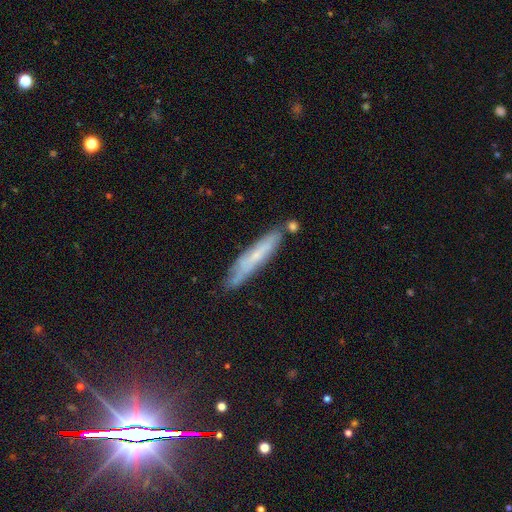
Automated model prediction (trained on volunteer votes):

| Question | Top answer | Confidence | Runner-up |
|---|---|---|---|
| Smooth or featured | smooth | 46% | featured or disk (45%) |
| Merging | none | 76% | minor disturbance (16%) |